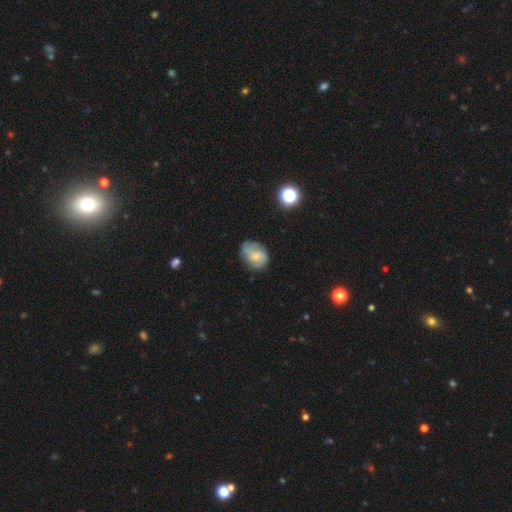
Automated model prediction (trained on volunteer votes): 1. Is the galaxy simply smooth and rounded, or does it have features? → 58% smooth, 32% featured or disk, 10% star or artifact.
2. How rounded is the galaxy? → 56% in between, 43% round, 1% cigar-shaped.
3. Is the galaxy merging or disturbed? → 54% none, 32% minor disturbance, 12% major disturbance, 2% merger.